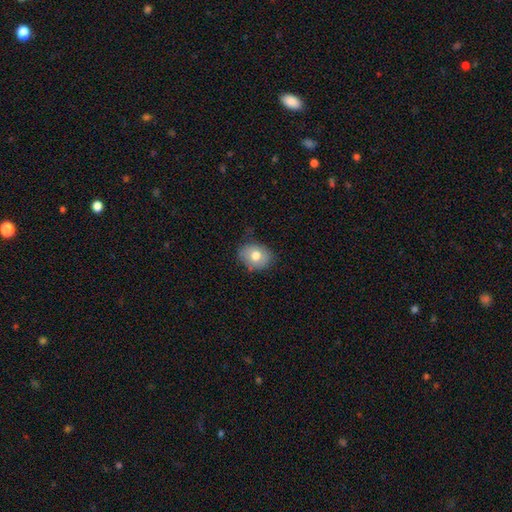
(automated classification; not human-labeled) This is likely a smooth galaxy (75%). How rounded: possibly round (50%). Merging: likely none (74%).